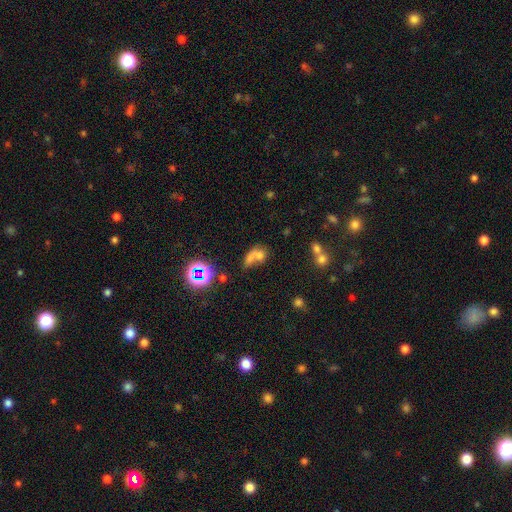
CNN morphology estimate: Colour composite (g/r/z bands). It shows a smooth galaxy with no disk features (56%) that is in between round and cigar-shaped (54%). Merging: merger (58%).